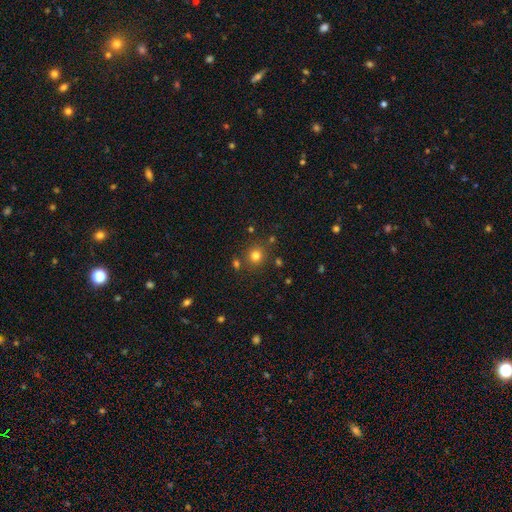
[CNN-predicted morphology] smooth 76%, star or artifact 17%, featured or disk 7%. Down the decision tree: how rounded — round (90%); merging — none (82%).